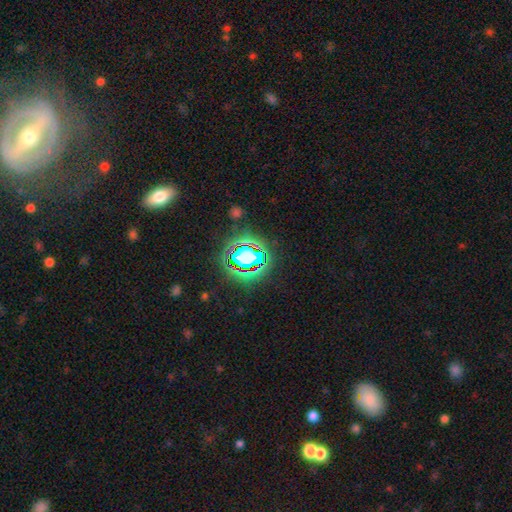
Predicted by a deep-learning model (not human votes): A star or artifact, not a galaxy (77%).

Vote fractions:
- Smooth or featured? star or artifact: 77% / smooth: 14% / featured or disk: 10%